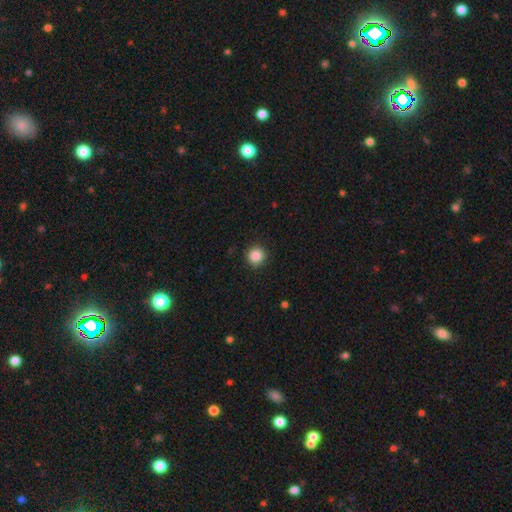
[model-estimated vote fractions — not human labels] smooth_or_featured: smooth (p=0.87) [alt: star or artifact p=0.10]
how_rounded: round (p=0.94) [alt: in between p=0.05]
merging: none (p=0.90) [alt: minor disturbance p=0.07]